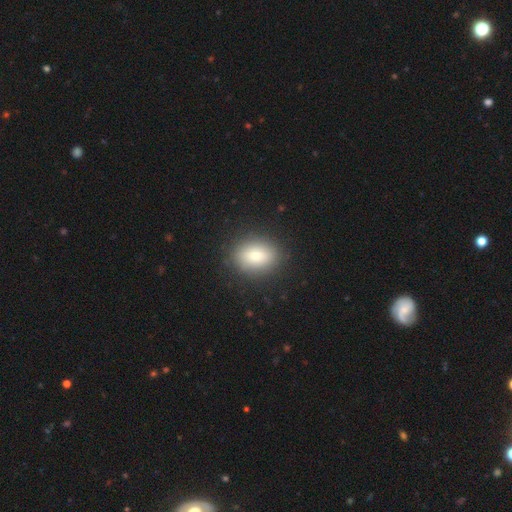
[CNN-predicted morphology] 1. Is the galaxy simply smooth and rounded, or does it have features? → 83% smooth, 9% featured or disk, 8% star or artifact.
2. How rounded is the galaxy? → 67% in between, 32% round, 2% cigar-shaped.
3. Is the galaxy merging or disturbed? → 86% none, 10% minor disturbance, 3% major disturbance, 1% merger.